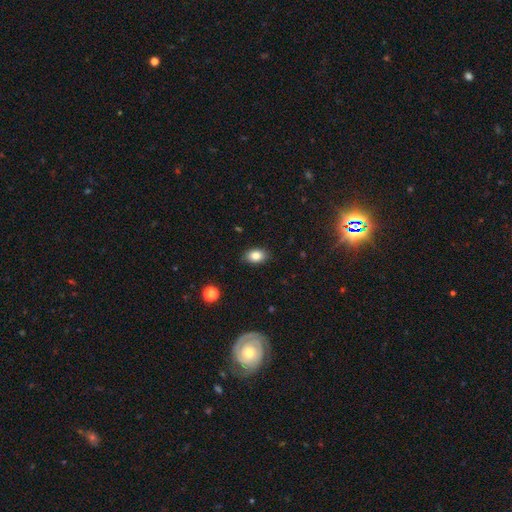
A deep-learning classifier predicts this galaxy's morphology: Overall: smooth (83%). How rounded: in between (83%). Merging: none (86%).